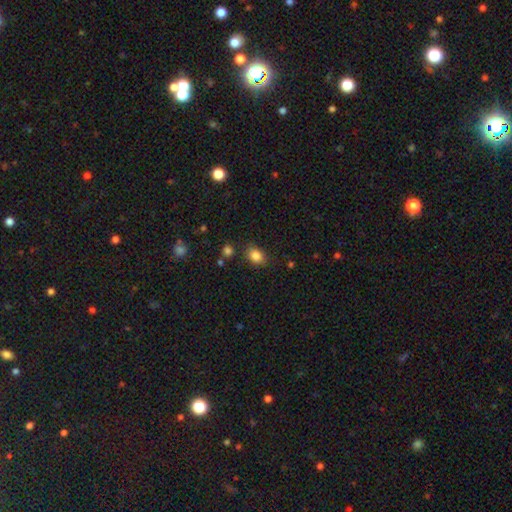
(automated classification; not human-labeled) Morphology: type=smooth (84%); roundness=in between (61%); merging=none (79%).